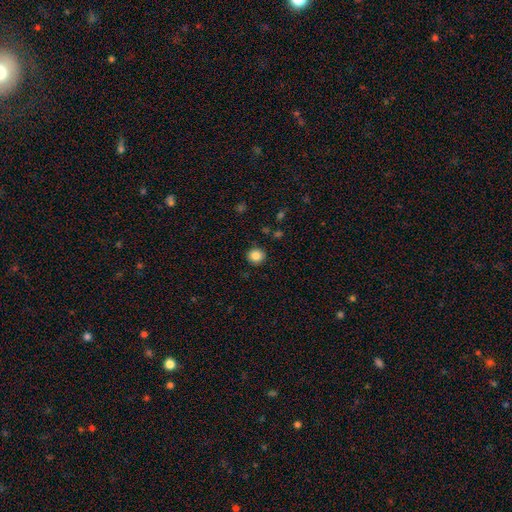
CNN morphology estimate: Smooth or featured: smooth — 85% (star or artifact — 10%)
How rounded: round — 92% (in between — 7%)
Merging: none — 91% (minor disturbance — 6%)